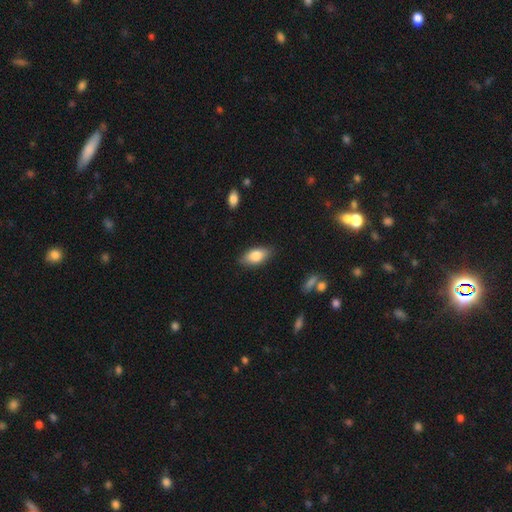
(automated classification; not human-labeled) This is clearly a smooth galaxy (81%). How rounded: clearly in between (89%). Merging: clearly none (85%).